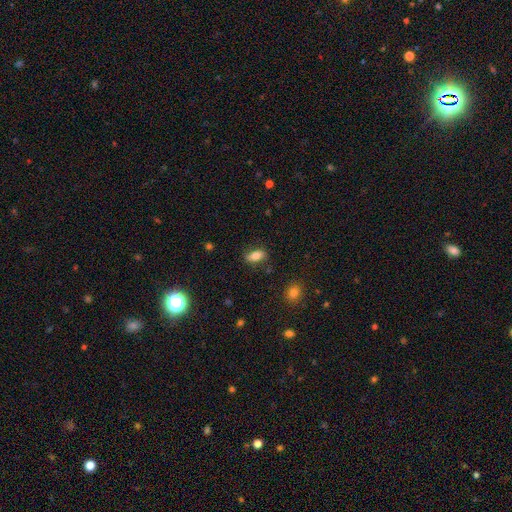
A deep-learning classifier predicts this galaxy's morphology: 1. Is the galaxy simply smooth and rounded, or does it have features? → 76% smooth, 15% featured or disk, 9% star or artifact.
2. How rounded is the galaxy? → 84% in between, 11% cigar-shaped, 6% round.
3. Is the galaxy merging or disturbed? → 80% none, 14% minor disturbance, 4% major disturbance, 2% merger.